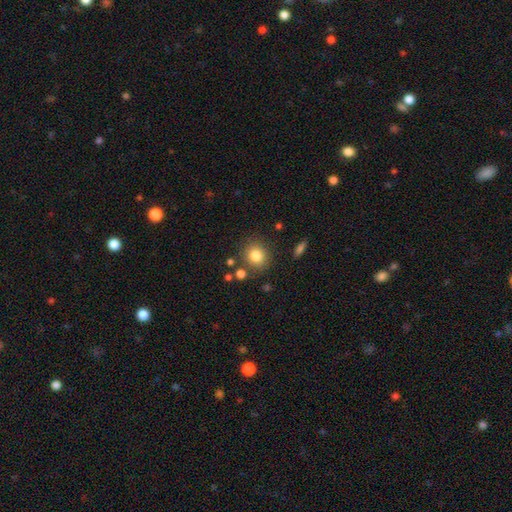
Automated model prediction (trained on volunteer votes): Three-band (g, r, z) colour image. It shows a smooth galaxy with no disk features (82%) that is round (83%). Merging: none (81%).